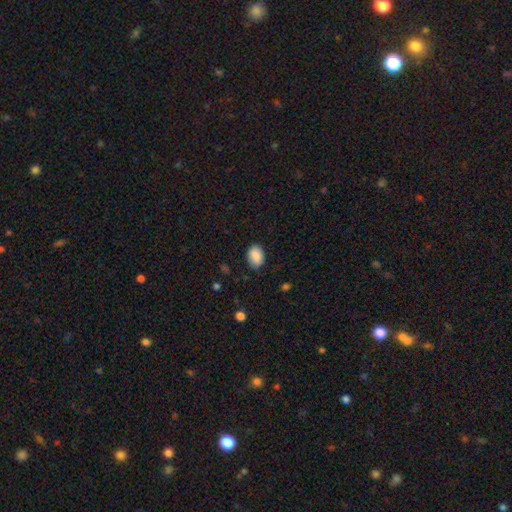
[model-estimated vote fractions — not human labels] The model was most divided on "merging": none: 81%, minor disturbance: 15%, major disturbance: 3%, merger: 1%. More confident: smooth or featured — smooth (88%); how rounded — in between (83%).